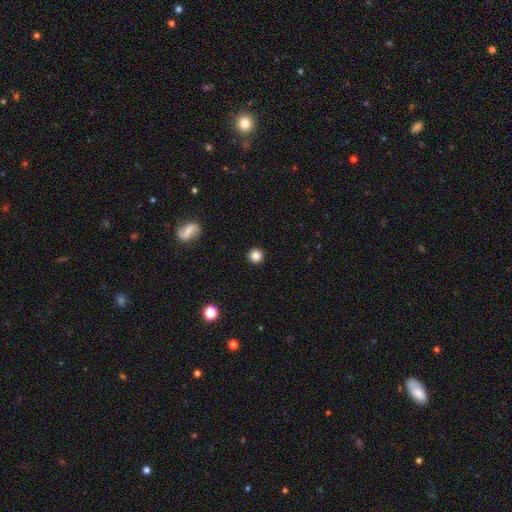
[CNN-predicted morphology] This is clearly a smooth galaxy (84%). How rounded: clearly round (96%). Merging: clearly none (93%).